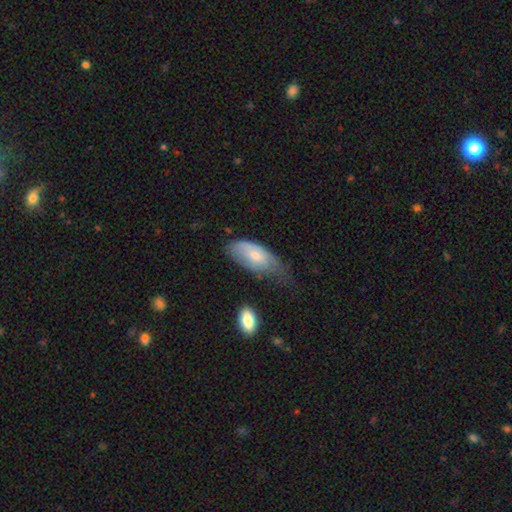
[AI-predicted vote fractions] smooth_or_featured: smooth (p=0.65) [alt: featured or disk p=0.30]
how_rounded: in between (p=0.91) [alt: cigar-shaped p=0.07]
merging: minor disturbance (p=0.39) [alt: none p=0.30]